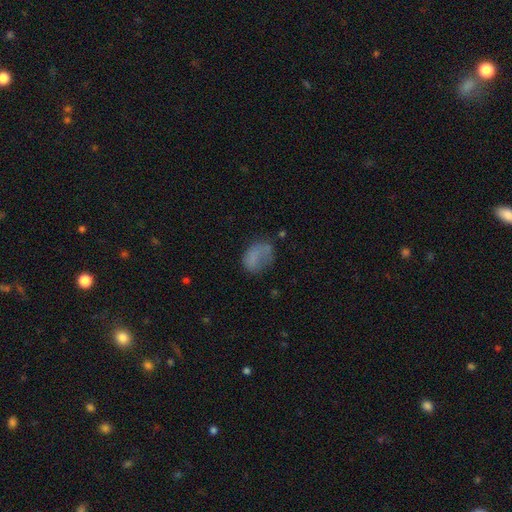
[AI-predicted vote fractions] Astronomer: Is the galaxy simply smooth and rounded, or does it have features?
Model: smooth — 67%.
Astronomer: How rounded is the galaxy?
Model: in between — 74%.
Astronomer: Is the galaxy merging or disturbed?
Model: none — 40% (runner-up: major disturbance, 28%).